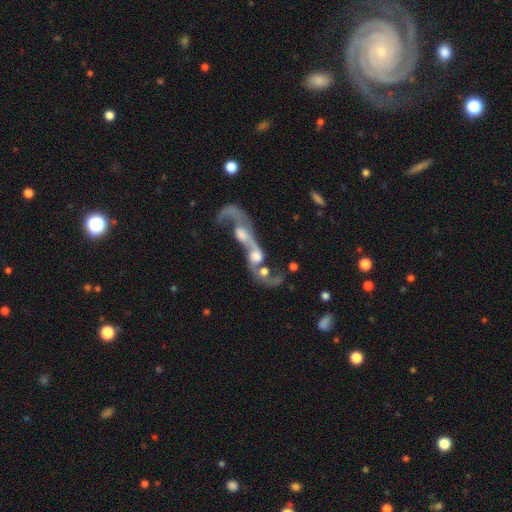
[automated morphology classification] Smooth or featured: featured or disk — 65% (smooth — 24%)
Edge-on disk: no — 89% (yes — 11%)
Bar: no — 72% (weak — 21%)
Spiral arms: yes — 61% (no — 39%)
Bulge size: moderate — 42% (large — 23%)
Merging: merger — 79% (major disturbance — 10%)